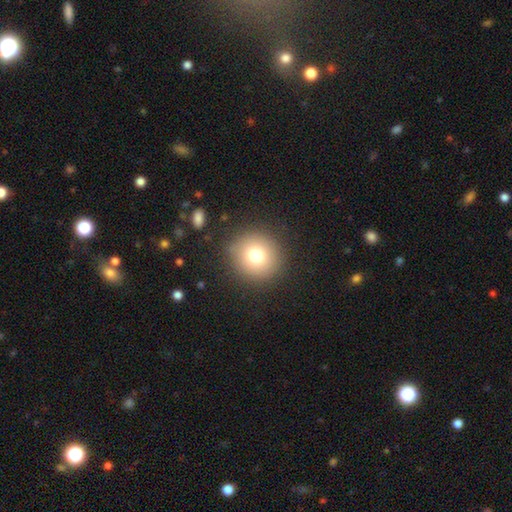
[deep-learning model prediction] The model was most divided on "smooth or featured": smooth: 76%, star or artifact: 12%, featured or disk: 12%. More confident: how rounded — round (93%); merging — none (89%).